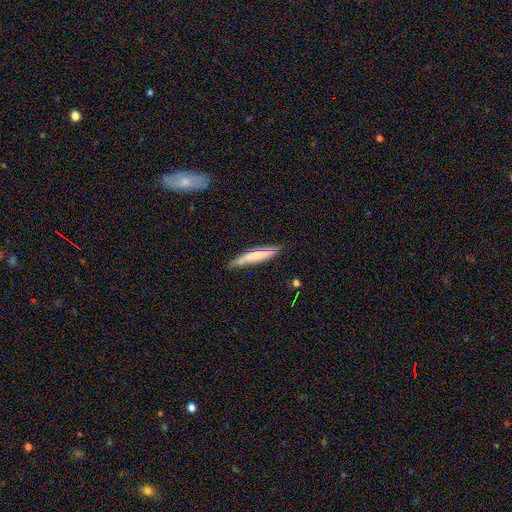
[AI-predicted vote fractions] This appears to be a smooth galaxy with no disk features (66%) that is cigar-shaped (91%). Merging: none (76%).